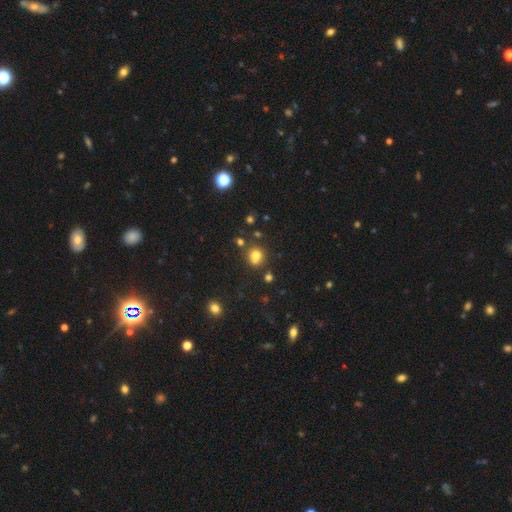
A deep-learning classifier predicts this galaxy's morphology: type=smooth (74%); roundness=round (76%); merging=none (57%).